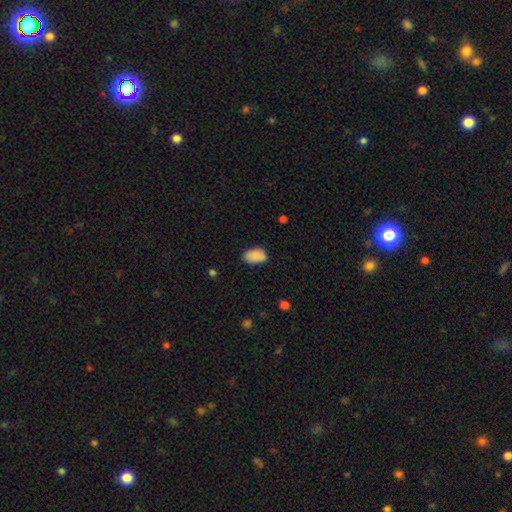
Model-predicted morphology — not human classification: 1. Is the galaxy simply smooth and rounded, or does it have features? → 88% smooth, 8% star or artifact, 4% featured or disk.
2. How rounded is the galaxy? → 91% in between, 8% round, 1% cigar-shaped.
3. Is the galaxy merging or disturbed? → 76% none, 19% minor disturbance, 4% major disturbance, 2% merger.